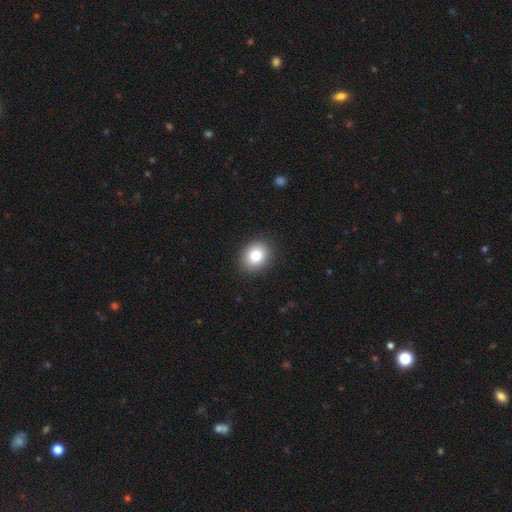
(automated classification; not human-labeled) Morphology: type=smooth (80%); roundness=round (59%); merging=none (90%).